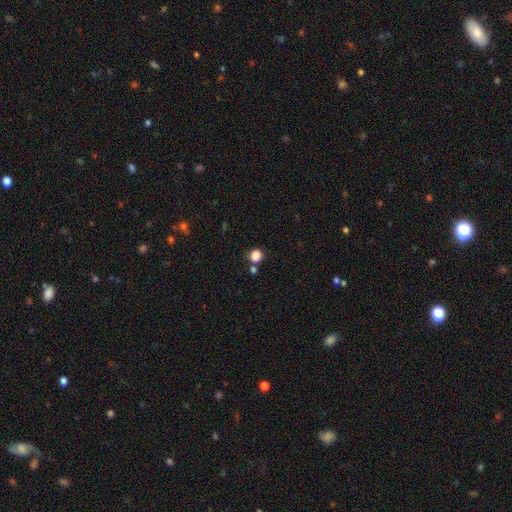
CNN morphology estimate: Smooth or featured: smooth — 84% (star or artifact — 12%)
How rounded: round — 77% (in between — 22%)
Merging: none — 71% (merger — 15%)